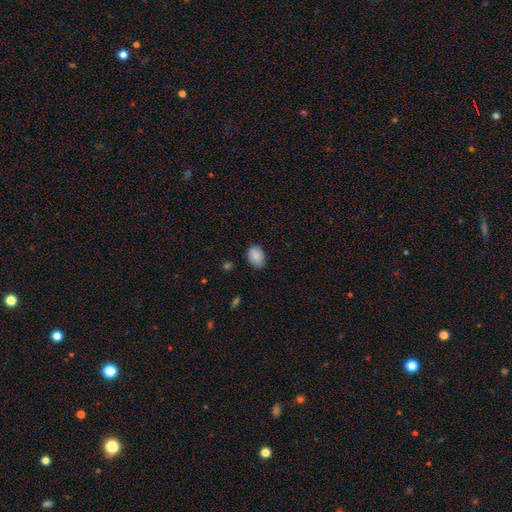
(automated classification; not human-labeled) A smooth galaxy with no disk features (87%) that is in between round and cigar-shaped (80%). Merging: none (78%).